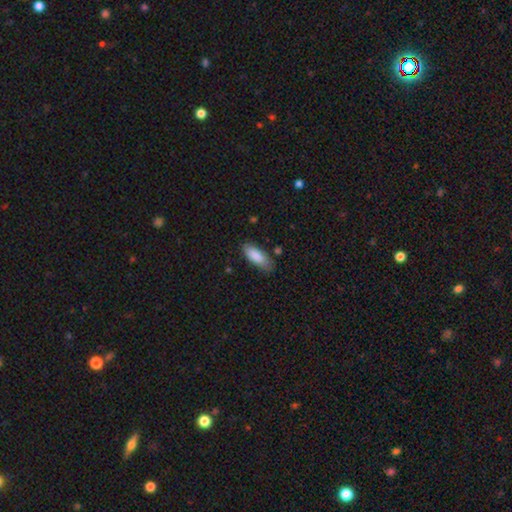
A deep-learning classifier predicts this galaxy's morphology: Smooth or featured?
  - smooth: 87% *
  - featured or disk: 7%
  - star or artifact: 6%
How rounded?
  - in between: 77% *
  - cigar-shaped: 22%
  - round: 2%
Merging?
  - none: 76% *
  - minor disturbance: 18%
  - major disturbance: 4%
  - merger: 2%